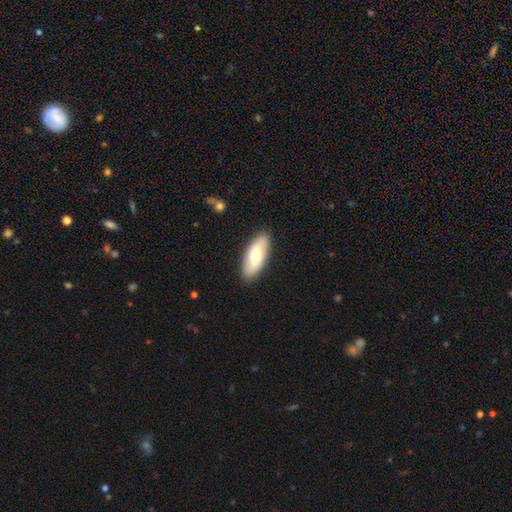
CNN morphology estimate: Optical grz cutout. It shows a smooth galaxy with no disk features (64%) that is in between round and cigar-shaped (83%). Merging: none (88%).